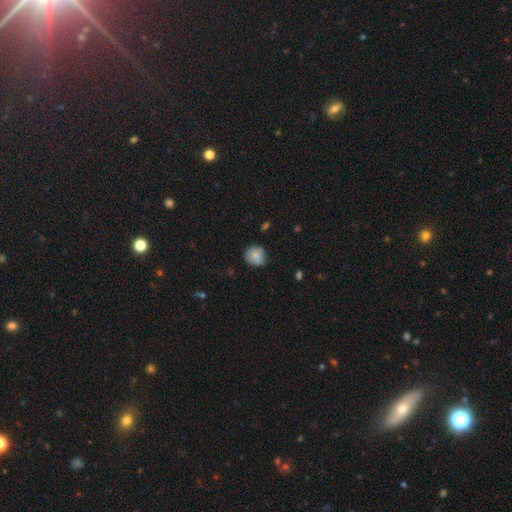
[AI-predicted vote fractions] A smooth galaxy with no disk features (83%) that is round (84%).

Vote fractions:
- Smooth or featured? smooth: 83% / featured or disk: 9% / star or artifact: 8%
- How rounded? round: 84% / in between: 15% / cigar-shaped: 1%
- Merging? none: 63% / minor disturbance: 29% / major disturbance: 6% / merger: 2%